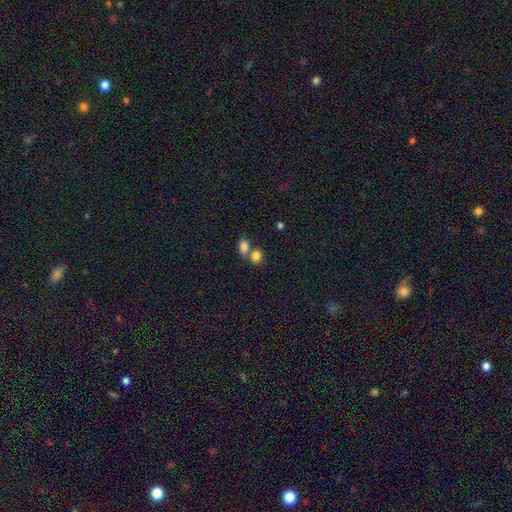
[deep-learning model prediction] This appears to be a smooth galaxy with no disk features (82%) that is in between round and cigar-shaped (50%). Merging: merger (48%).